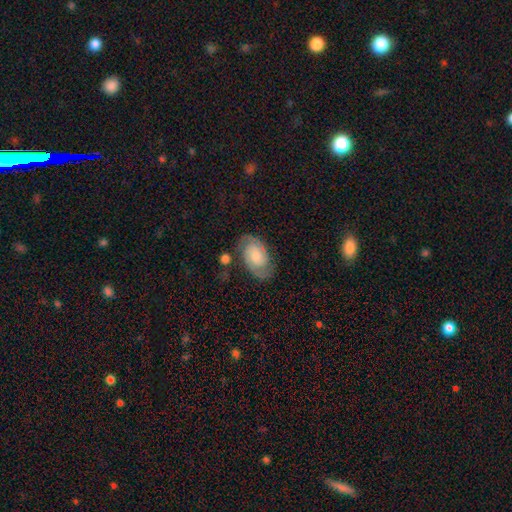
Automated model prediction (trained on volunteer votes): The model was most divided on "bulge size": small: 33%, moderate: 29%, large: 17%, none: 17%, dominant: 4%. Remaining: edge-on disk — no (97%); spiral arms — yes (95%); spiral arm count — 2 (88%); merging — none (73%); smooth or featured — featured or disk (71%); bar — no (65%); spiral winding — tight (47%).